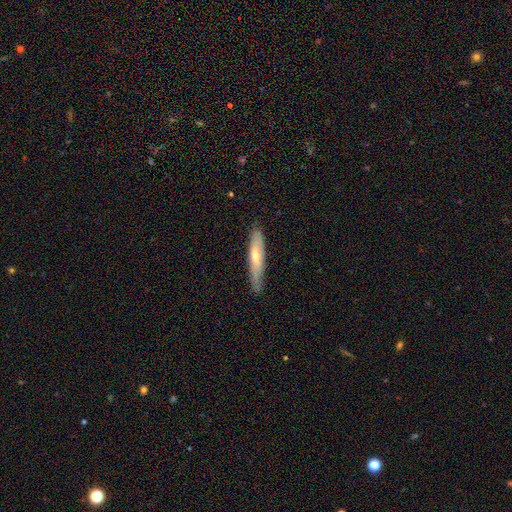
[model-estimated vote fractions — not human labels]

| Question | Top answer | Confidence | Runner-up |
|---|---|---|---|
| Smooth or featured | smooth | 52% | featured or disk (41%) |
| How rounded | cigar-shaped | 88% | in between (11%) |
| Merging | none | 80% | minor disturbance (16%) |